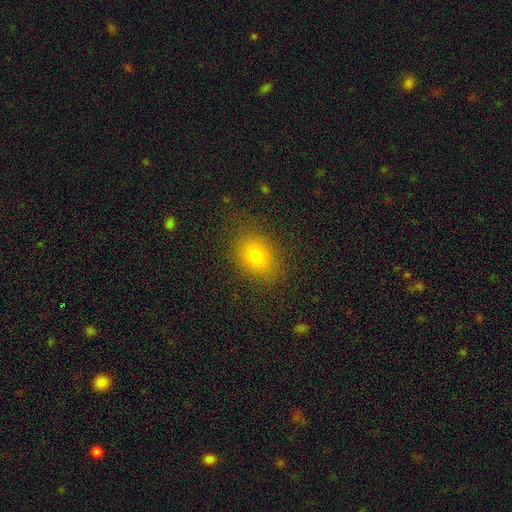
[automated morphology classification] smooth-or-featured: smooth: 77% | star or artifact: 13% | featured or disk: 10%
  how-rounded: in between: 59% | round: 40% | cigar-shaped: 1%
  merging: none: 80% | minor disturbance: 13% | major disturbance: 5% | merger: 1%